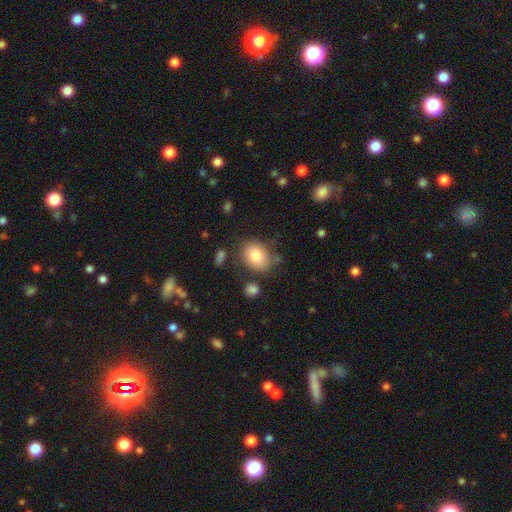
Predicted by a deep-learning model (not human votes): smooth 82%, featured or disk 10%, star or artifact 8%. Down the decision tree: how rounded — in between (60%); merging — none (70%).